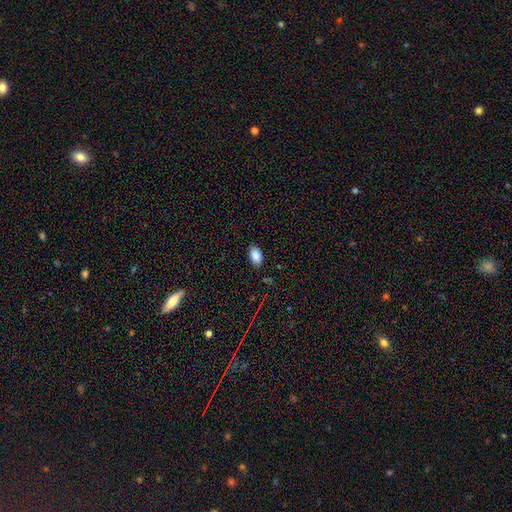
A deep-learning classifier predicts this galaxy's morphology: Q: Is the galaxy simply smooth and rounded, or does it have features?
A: smooth — 86%.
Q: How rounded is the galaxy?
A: in between — 92%.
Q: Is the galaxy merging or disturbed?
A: none — 85%.